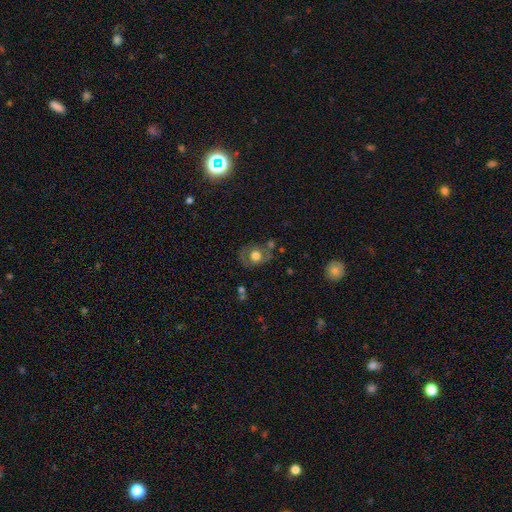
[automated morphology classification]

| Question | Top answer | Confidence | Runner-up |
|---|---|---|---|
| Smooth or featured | smooth | 50% | featured or disk (41%) |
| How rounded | round | 68% | in between (31%) |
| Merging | none | 63% | minor disturbance (20%) |